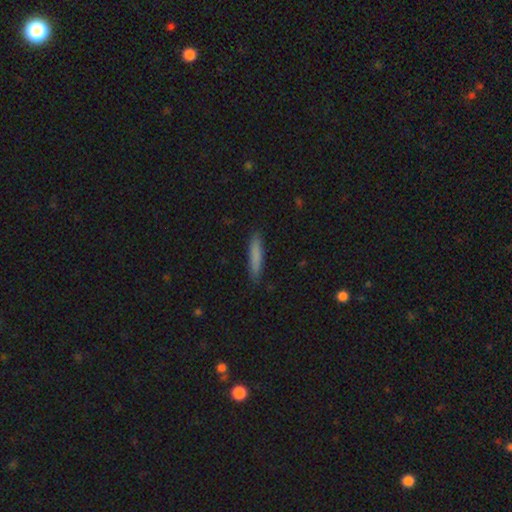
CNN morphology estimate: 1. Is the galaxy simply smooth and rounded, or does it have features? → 82% smooth, 12% featured or disk, 6% star or artifact.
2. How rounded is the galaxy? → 90% cigar-shaped, 8% in between, 1% round.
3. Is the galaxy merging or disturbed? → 88% none, 9% minor disturbance, 2% major disturbance, 1% merger.